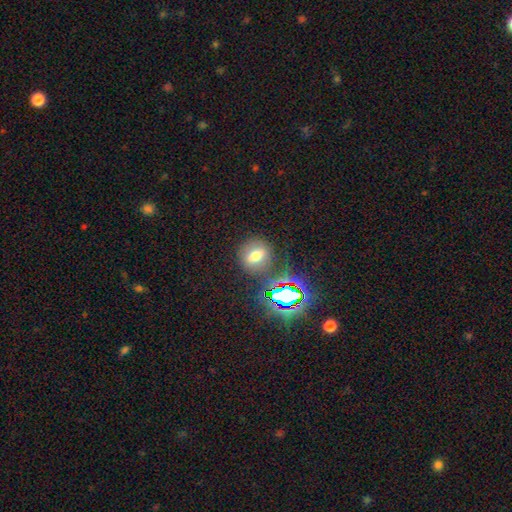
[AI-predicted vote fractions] This is possibly a smooth galaxy (54%). How rounded: likely round (64%). Merging: clearly none (81%).